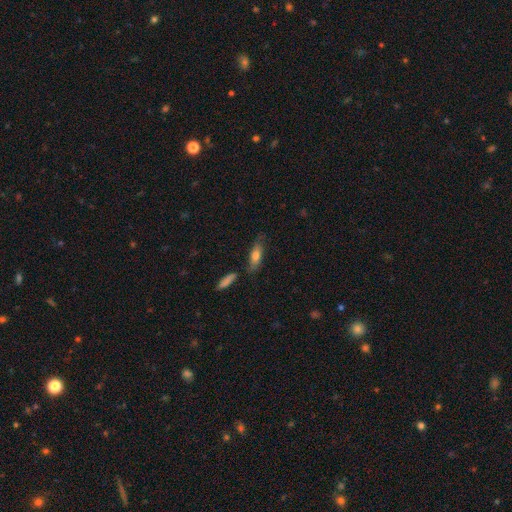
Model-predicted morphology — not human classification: Smooth or featured?
  - smooth: 69% *
  - featured or disk: 24%
  - star or artifact: 7%
How rounded?
  - in between: 58% *
  - cigar-shaped: 39%
  - round: 3%
Merging?
  - none: 73% *
  - minor disturbance: 17%
  - merger: 7%
  - major disturbance: 4%